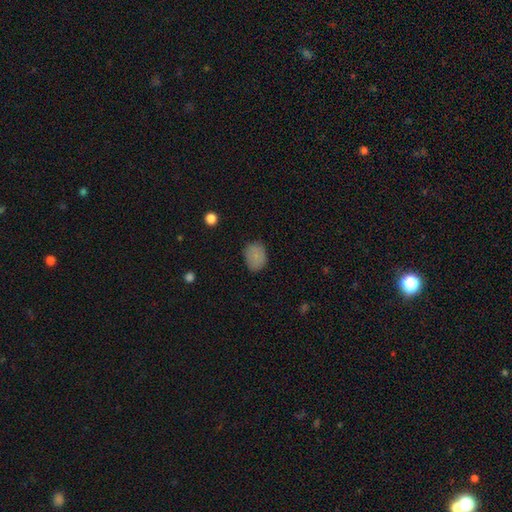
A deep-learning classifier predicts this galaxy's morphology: smooth-or-featured: smooth: 83% | star or artifact: 10% | featured or disk: 7%
  how-rounded: in between: 63% | round: 36% | cigar-shaped: 1%
  merging: none: 80% | minor disturbance: 16% | major disturbance: 4% | merger: 1%